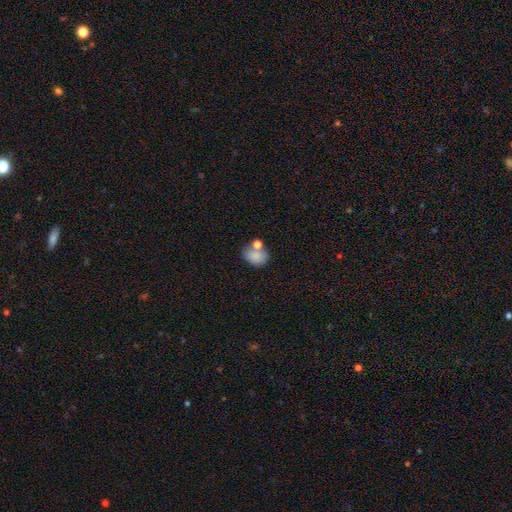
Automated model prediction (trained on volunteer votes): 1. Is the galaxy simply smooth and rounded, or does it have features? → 80% smooth, 10% featured or disk, 10% star or artifact.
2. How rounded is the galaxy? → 60% in between, 39% round, 1% cigar-shaped.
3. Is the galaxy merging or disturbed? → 51% none, 27% merger, 16% minor disturbance, 6% major disturbance.